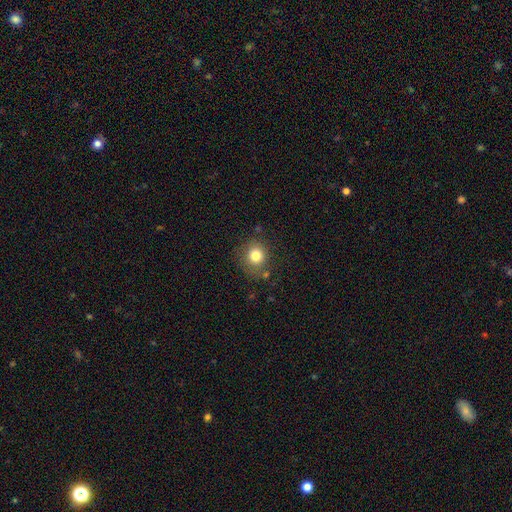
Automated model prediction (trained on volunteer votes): A smooth galaxy with no disk features (79%) that is round (83%). Merging: none (76%).